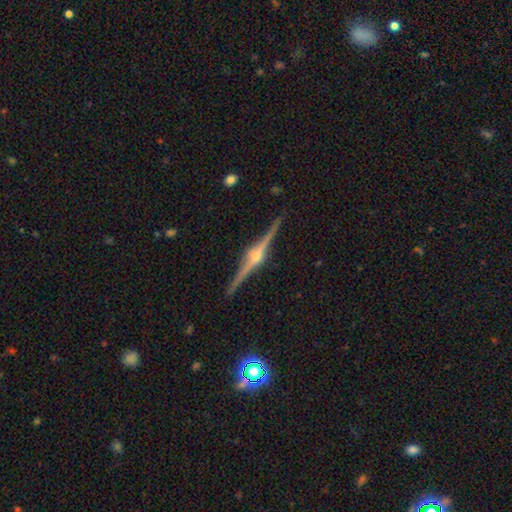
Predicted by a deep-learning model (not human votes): Smooth or featured: featured or disk — 90% (star or artifact — 5%)
Edge-on disk: yes — 99% (no — 1%)
Edge-on bulge: rounded — 91% (boxy — 7%)
Merging: none — 92% (minor disturbance — 6%)